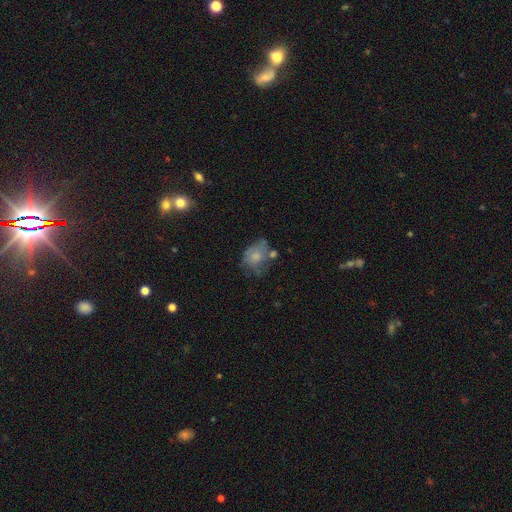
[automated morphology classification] Overall: smooth (55%; featured or disk 36%). How rounded: in between (56%; round 42%). Merging: none (38%; minor disturbance 29%).